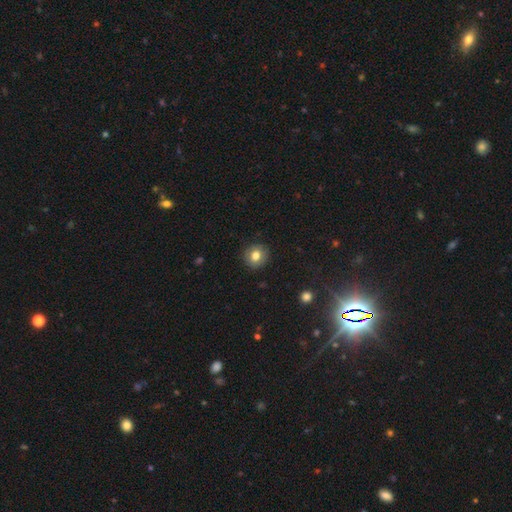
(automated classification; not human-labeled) This appears to be a smooth galaxy with no disk features (78%) that is round (87%). Merging: none (89%).